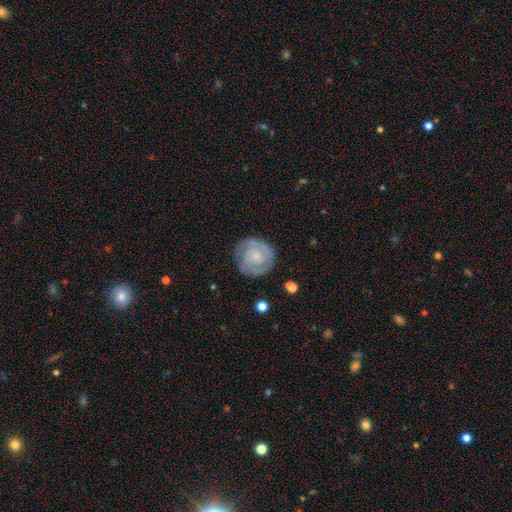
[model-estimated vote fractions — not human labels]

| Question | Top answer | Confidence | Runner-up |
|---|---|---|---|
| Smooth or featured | featured or disk | 73% | smooth (22%) |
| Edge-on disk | no | 98% | yes (2%) |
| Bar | no | 73% | weak (23%) |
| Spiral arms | yes | 91% | no (9%) |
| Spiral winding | tight | 70% | medium (24%) |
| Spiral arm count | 2 | 49% | can't tell (24%) |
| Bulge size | small | 72% | moderate (15%) |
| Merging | none | 80% | minor disturbance (14%) |